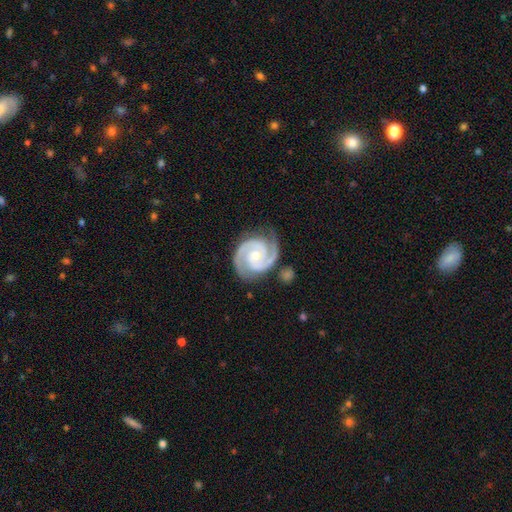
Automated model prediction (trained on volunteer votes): smooth-or-featured: featured or disk: 94% | star or artifact: 4% | smooth: 3%
  disk-edge-on: no: 98% | yes: 2%
    bar: no: 65% | weak: 26% | strong: 9%
    has-spiral-arms: yes: 99% | no: 1%
      spiral-winding: tight: 61% | medium: 35% | loose: 3%
      spiral-arm-count: 2: 91% | 3: 5% | can't tell: 2% | 1: 1% | 4: 1% | more than 4: 1%
    bulge-size: moderate: 53% | small: 44% | large: 1% | none: 1% | dominant: 1%
  merging: none: 81% | minor disturbance: 14% | major disturbance: 3% | merger: 2%